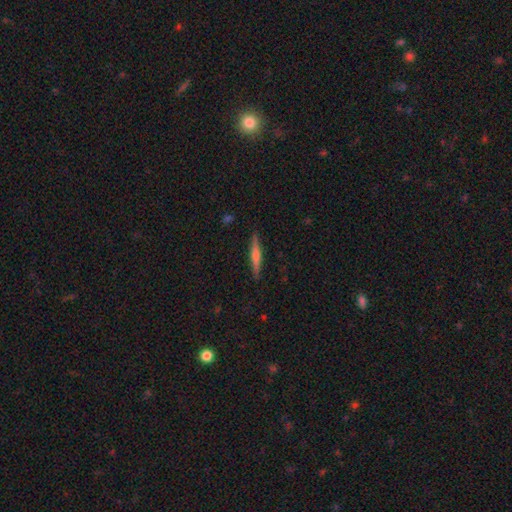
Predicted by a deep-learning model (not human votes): Overall: featured or disk (59%; smooth 35%). Edge-on disk: yes (97%). Edge-on bulge: rounded (75%). Merging: none (90%).